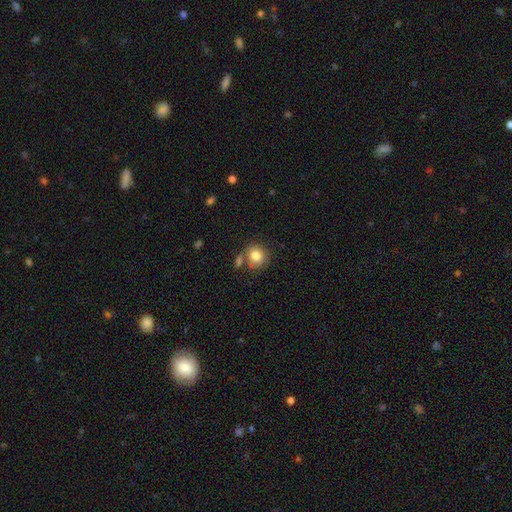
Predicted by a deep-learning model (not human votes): Smooth or featured? smooth (83%)
How rounded? round (80%)
Merging? none (66%)